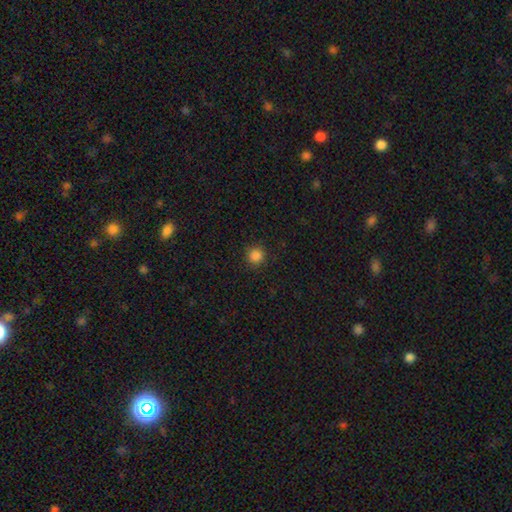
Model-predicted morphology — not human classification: Smooth or featured? Predicted: smooth (p=0.85). How rounded? Predicted: round (p=0.94). Merging? Predicted: none (p=0.90).